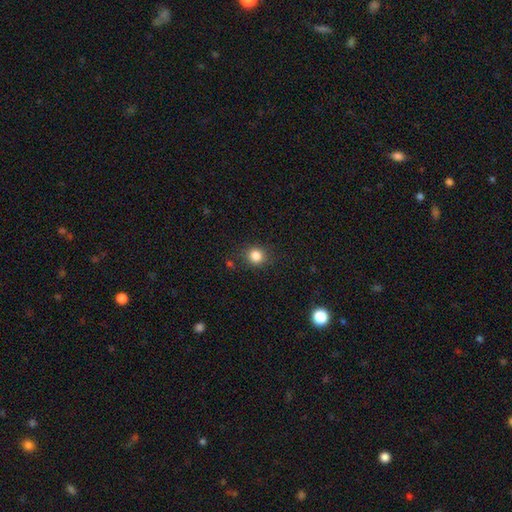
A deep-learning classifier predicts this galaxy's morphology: The model was most divided on "smooth or featured": smooth: 84%, star or artifact: 11%, featured or disk: 4%. More confident: how rounded — round (86%); merging — none (85%).